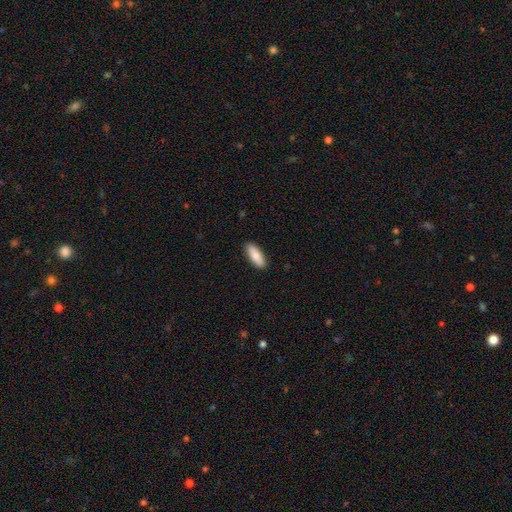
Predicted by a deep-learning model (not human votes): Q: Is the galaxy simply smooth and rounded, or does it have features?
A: smooth — 82%.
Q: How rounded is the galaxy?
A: in between — 67%.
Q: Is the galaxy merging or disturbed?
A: none — 90%.